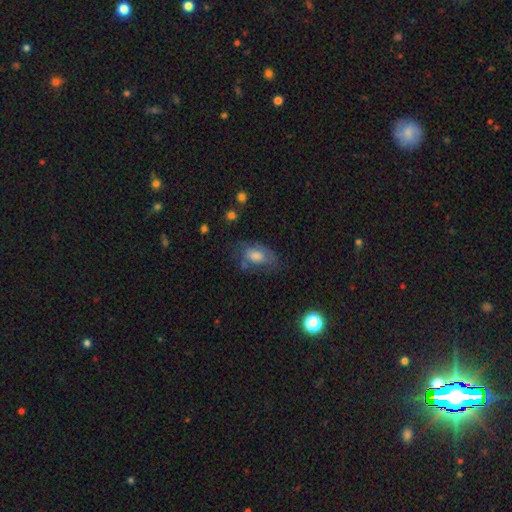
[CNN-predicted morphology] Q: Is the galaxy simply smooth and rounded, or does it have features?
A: smooth — 51%.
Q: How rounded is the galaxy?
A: in between — 86%.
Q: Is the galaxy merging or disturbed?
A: none — 46%.